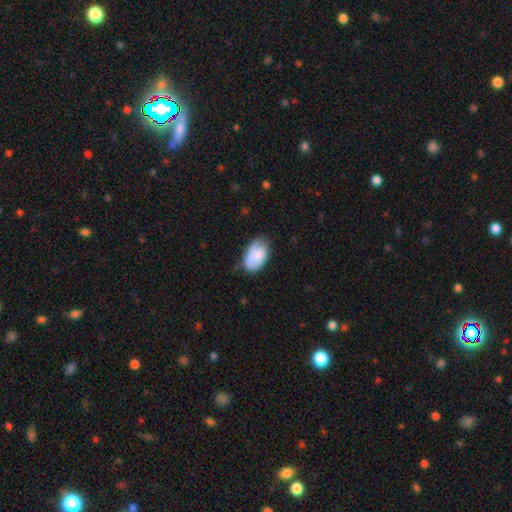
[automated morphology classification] smooth 78%, featured or disk 15%, star or artifact 7%. Down the decision tree: how rounded — in between (93%); merging — none (63%).